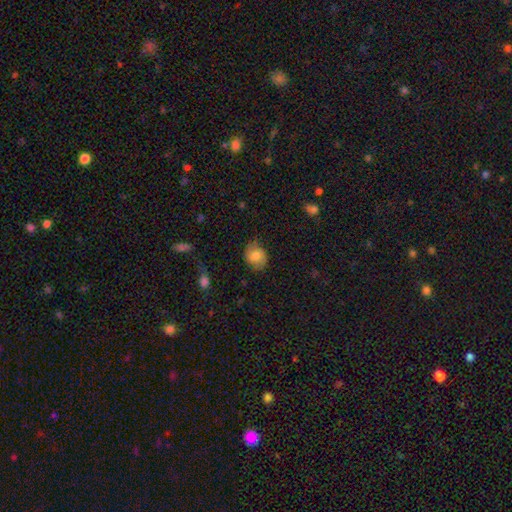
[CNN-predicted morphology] A smooth galaxy with no disk features (69%) that is round (61%). Merging: none (73%).